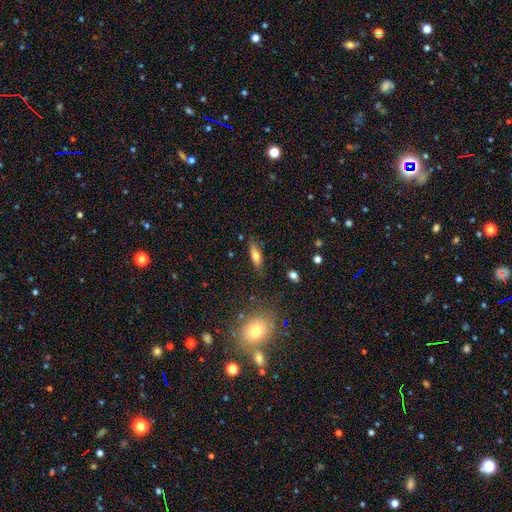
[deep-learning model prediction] Smooth or featured?
  - smooth: 64% *
  - featured or disk: 27%
  - star or artifact: 8%
How rounded?
  - cigar-shaped: 53% *
  - in between: 44%
  - round: 3%
Merging?
  - none: 82% *
  - minor disturbance: 13%
  - major disturbance: 3%
  - merger: 2%